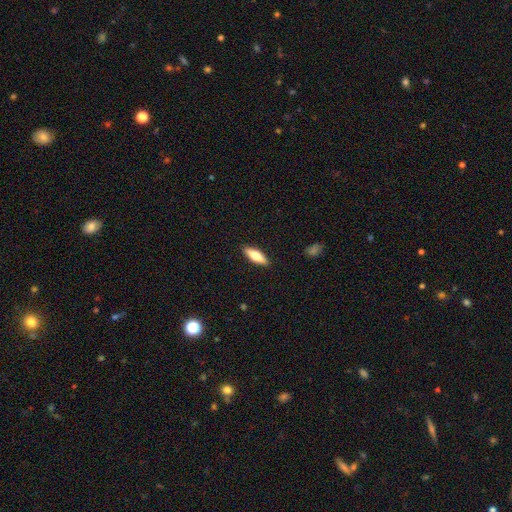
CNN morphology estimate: The model was most divided on "how rounded": in between: 55%, cigar-shaped: 43%, round: 2%. More confident: merging — none (90%); smooth or featured — smooth (64%).